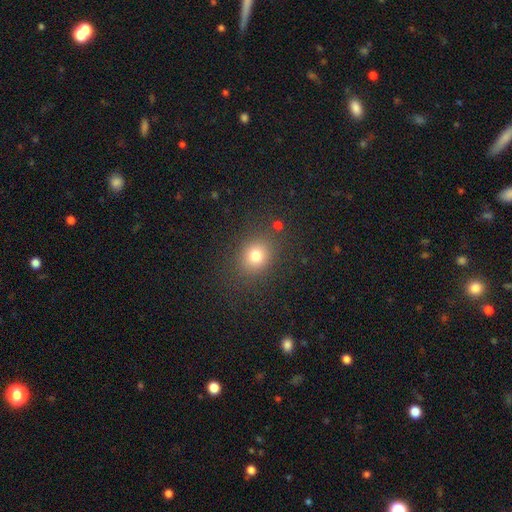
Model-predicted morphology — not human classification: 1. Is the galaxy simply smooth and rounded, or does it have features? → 77% smooth, 15% star or artifact, 8% featured or disk.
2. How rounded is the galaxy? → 67% round, 32% in between, 1% cigar-shaped.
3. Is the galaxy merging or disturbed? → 83% none, 10% minor disturbance, 4% major disturbance, 3% merger.